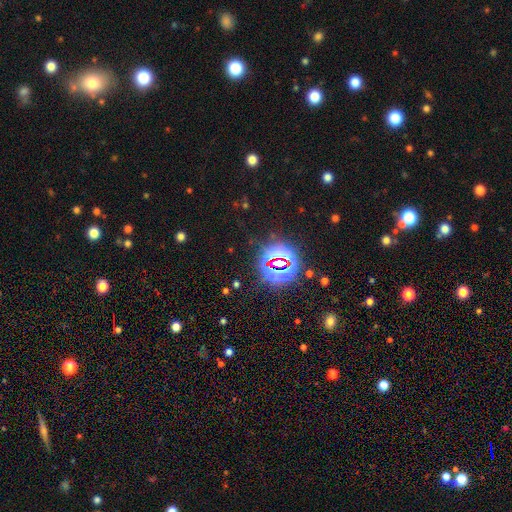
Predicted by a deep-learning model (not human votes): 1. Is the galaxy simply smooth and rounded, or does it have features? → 82% star or artifact, 11% smooth, 7% featured or disk.